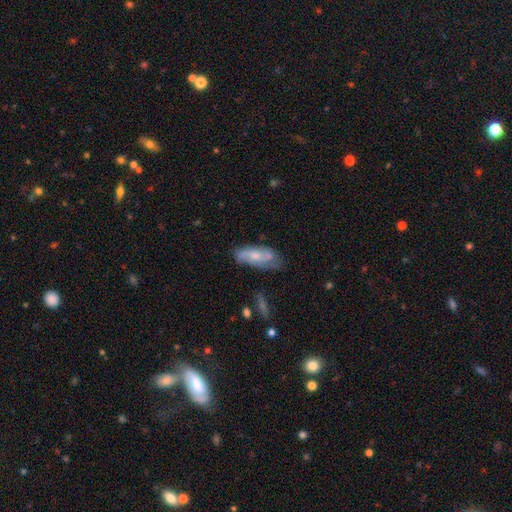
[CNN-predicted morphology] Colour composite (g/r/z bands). It shows a featured or disk galaxy (55%). Merging: none (60%).